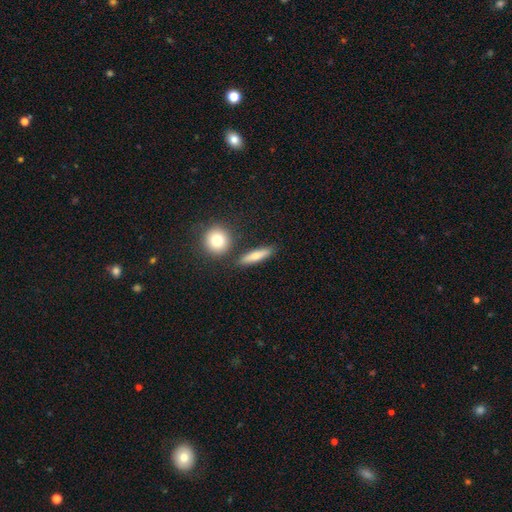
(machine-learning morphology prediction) A smooth galaxy with no disk features (70%) that is cigar-shaped (62%).

Vote fractions:
- Smooth or featured? smooth: 70% / featured or disk: 23% / star or artifact: 7%
- How rounded? cigar-shaped: 62% / in between: 27% / round: 10%
- Merging? none: 81% / minor disturbance: 9% / merger: 7% / major disturbance: 3%